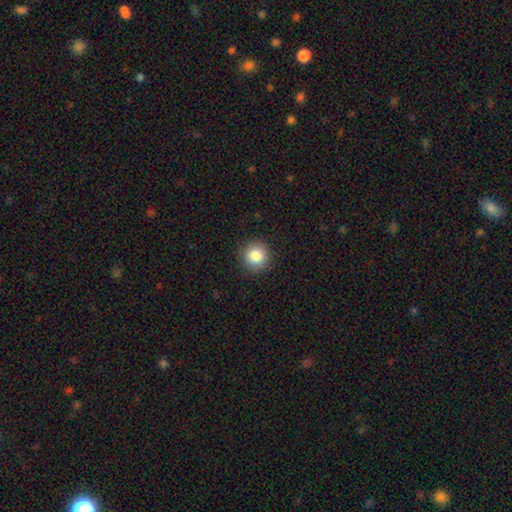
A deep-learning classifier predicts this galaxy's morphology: Smooth or featured?
  - smooth: 84% *
  - star or artifact: 10%
  - featured or disk: 6%
How rounded?
  - round: 93% *
  - in between: 6%
  - cigar-shaped: 1%
Merging?
  - none: 91% *
  - minor disturbance: 6%
  - major disturbance: 2%
  - merger: 1%